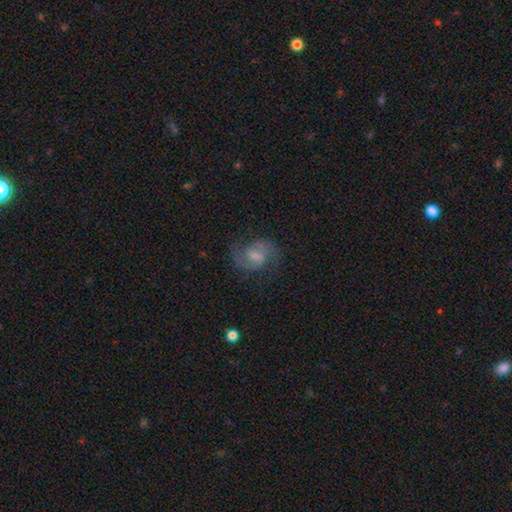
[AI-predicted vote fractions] A featured or disk galaxy (74%) with a weak bar (57%), 2 (87%) medium (55%) spiral arms (94%) and a moderate central bulge (33%).

Vote fractions:
- Smooth or featured? featured or disk: 74% / smooth: 16% / star or artifact: 10%
- Edge-on disk? no: 97% / yes: 3%
- Bar? weak: 57% / no: 24% / strong: 19%
- Spiral arms? yes: 94% / no: 6%
- Spiral winding? medium: 55% / loose: 26% / tight: 19%
- Spiral arm count? 2: 87% / can't tell: 6% / 1: 2% / 3: 2% / 4: 1% / more than 4: 1%
- Bulge size? moderate: 33% / small: 32% / none: 24% / large: 9% / dominant: 2%
- Merging? none: 74% / minor disturbance: 16% / major disturbance: 9% / merger: 2%